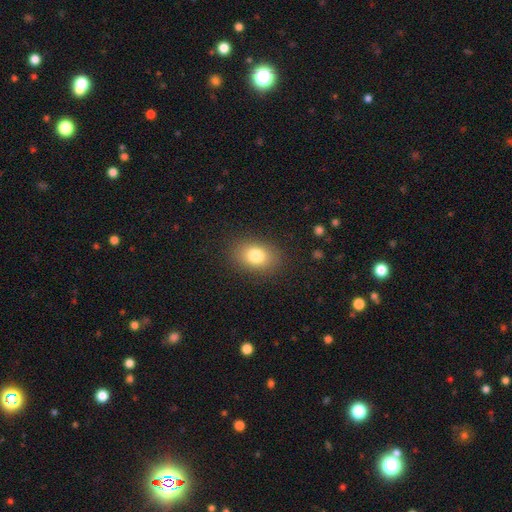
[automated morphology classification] Smooth or featured: smooth — 81% (star or artifact — 10%)
How rounded: in between — 72% (round — 27%)
Merging: none — 86% (minor disturbance — 9%)